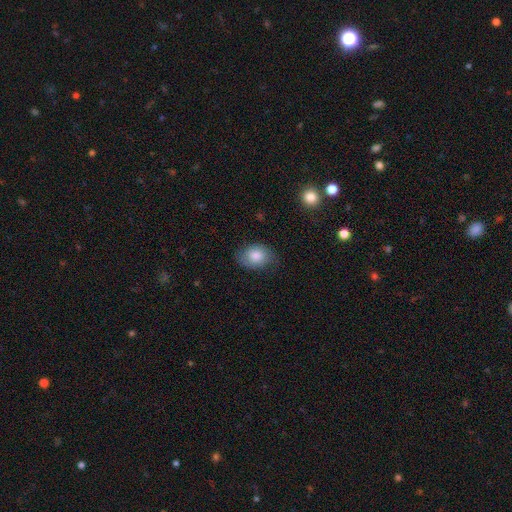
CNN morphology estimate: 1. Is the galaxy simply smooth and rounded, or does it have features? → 80% smooth, 13% featured or disk, 7% star or artifact.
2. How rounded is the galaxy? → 69% in between, 30% round, 1% cigar-shaped.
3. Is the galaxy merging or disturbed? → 71% none, 22% minor disturbance, 5% major disturbance, 1% merger.